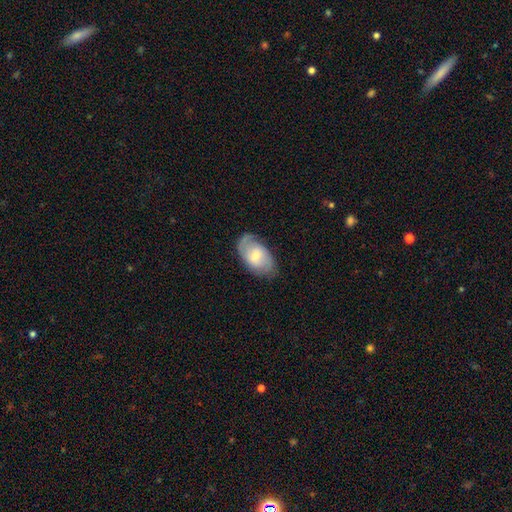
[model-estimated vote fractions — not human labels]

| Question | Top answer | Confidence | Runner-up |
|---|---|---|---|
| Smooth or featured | featured or disk | 51% | smooth (43%) |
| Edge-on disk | no | 95% | yes (5%) |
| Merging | none | 73% | minor disturbance (20%) |